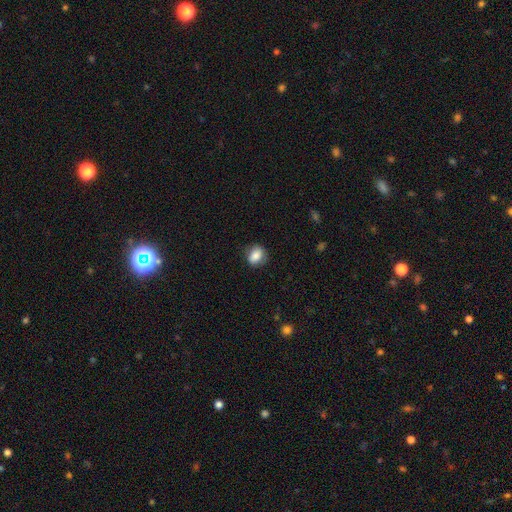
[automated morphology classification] smooth-or-featured: smooth: 82% | featured or disk: 10% | star or artifact: 8%
  how-rounded: in between: 52% | round: 46% | cigar-shaped: 1%
  merging: none: 81% | minor disturbance: 15% | major disturbance: 4% | merger: 1%